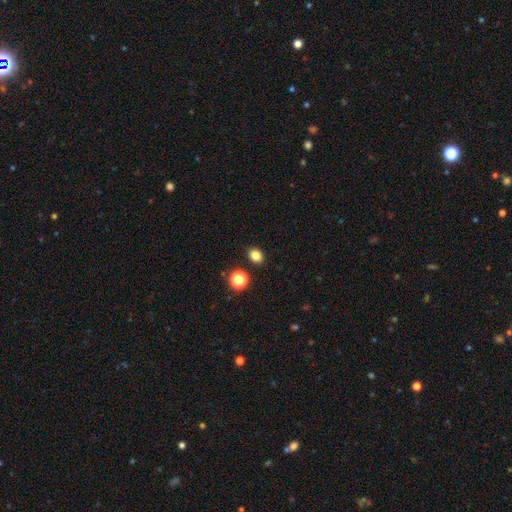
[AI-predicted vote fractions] The model was most divided on "how rounded": round: 50%, in between: 49%, cigar-shaped: 1%. More confident: merging — none (88%); smooth or featured — smooth (82%).